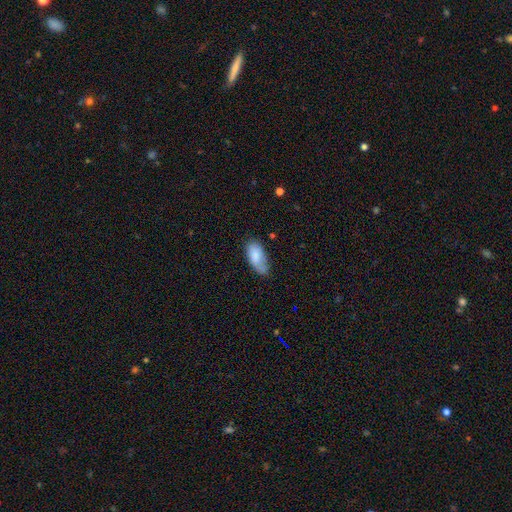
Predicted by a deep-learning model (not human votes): smooth-or-featured: smooth: 81% | featured or disk: 12% | star or artifact: 7%
  how-rounded: in between: 90% | cigar-shaped: 8% | round: 2%
  merging: none: 53% | minor disturbance: 34% | major disturbance: 9% | merger: 3%